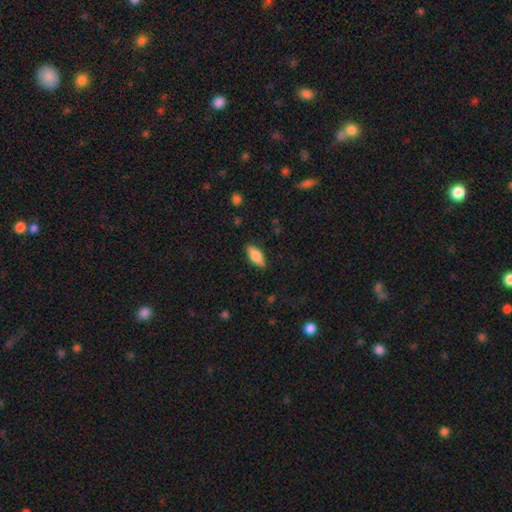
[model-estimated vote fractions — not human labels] smooth 73%, featured or disk 20%, star or artifact 6%. Down the decision tree: how rounded — in between (77%); merging — none (87%).